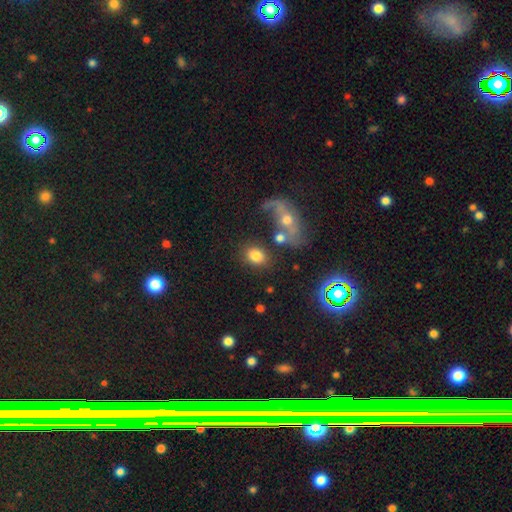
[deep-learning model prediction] Smooth or featured? smooth (78%)
How rounded? in between (60%)
Merging? none (68%)